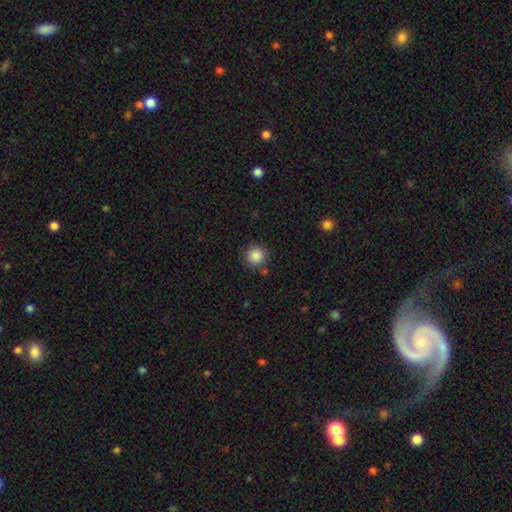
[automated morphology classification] A smooth galaxy with no disk features (87%) that is round (94%).

Vote fractions:
- Smooth or featured? smooth: 87% / star or artifact: 10% / featured or disk: 4%
- How rounded? round: 94% / in between: 5% / cigar-shaped: 1%
- Merging? none: 84% / minor disturbance: 9% / merger: 4% / major disturbance: 3%